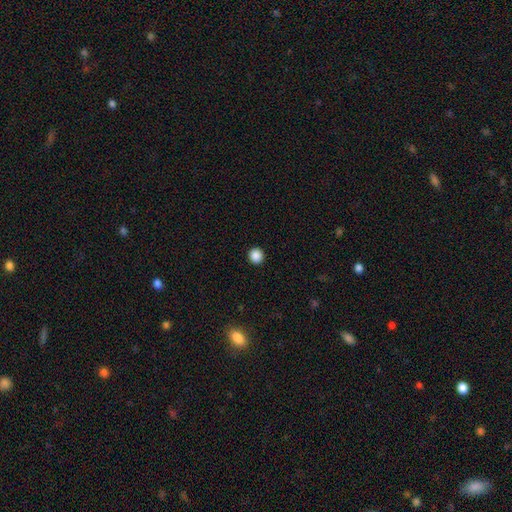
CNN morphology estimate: Overall: smooth (88%). How rounded: round (94%). Merging: none (94%).